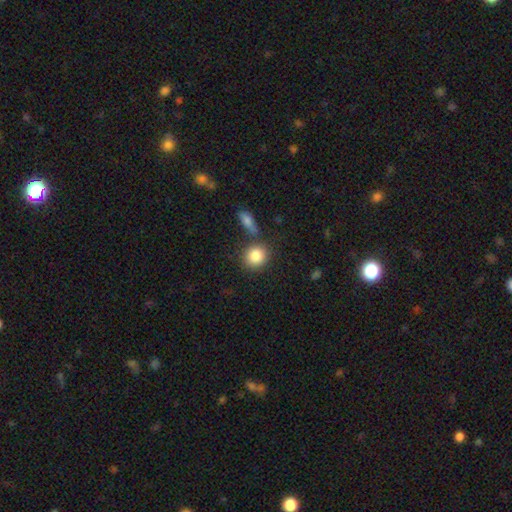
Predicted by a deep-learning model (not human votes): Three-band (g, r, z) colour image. It shows a smooth galaxy with no disk features (85%) that is round (81%). Merging: none (73%).